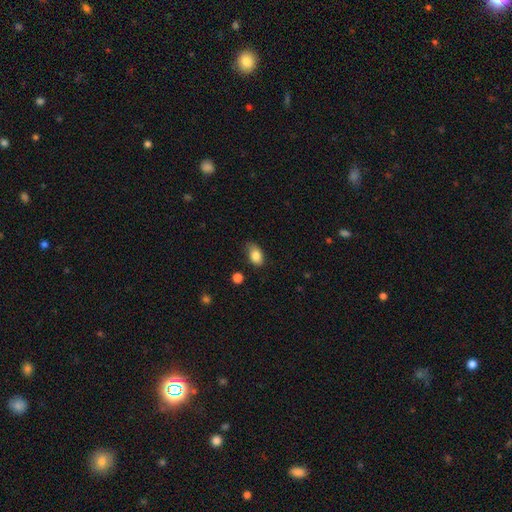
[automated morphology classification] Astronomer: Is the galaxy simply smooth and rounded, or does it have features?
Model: smooth — 84%.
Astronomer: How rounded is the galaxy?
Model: in between — 87%.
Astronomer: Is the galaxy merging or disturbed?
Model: none — 67%.